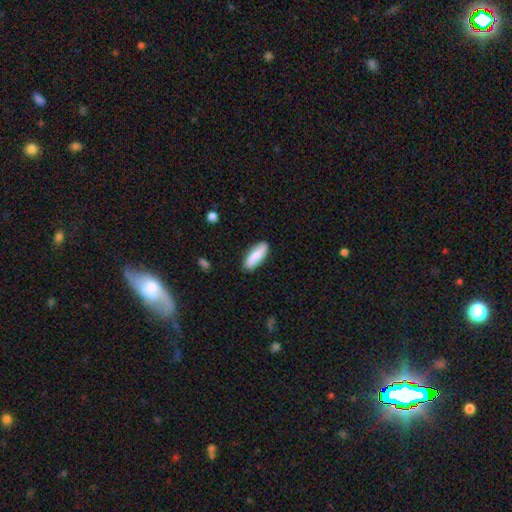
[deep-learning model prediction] Overall: smooth (77%). How rounded: in between (57%; cigar-shaped 41%). Merging: none (86%).